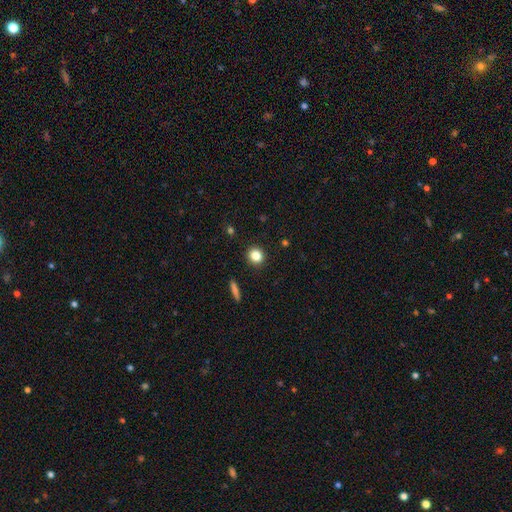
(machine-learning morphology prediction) This is clearly a smooth galaxy (83%). How rounded: clearly round (86%). Merging: clearly none (91%).